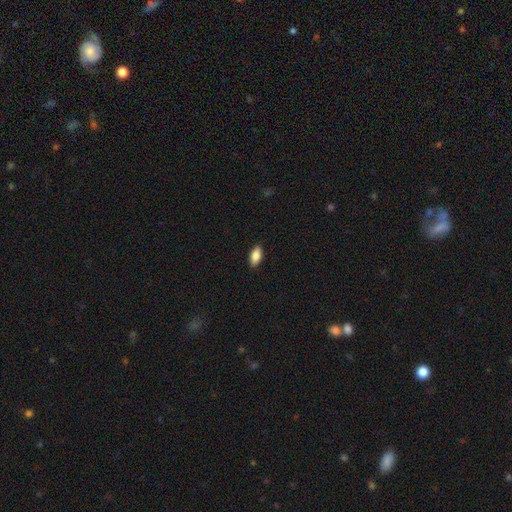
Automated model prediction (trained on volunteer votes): This appears to be a smooth galaxy with no disk features (85%) that is in between round and cigar-shaped (90%). Merging: none (89%).